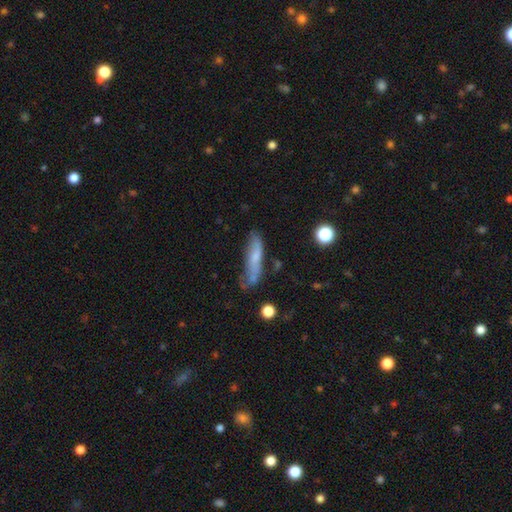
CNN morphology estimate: Q: Smooth or featured?
A: smooth (57%); runner-up: featured or disk (34%)
Q: How rounded?
A: cigar-shaped (79%); runner-up: in between (18%)
Q: Merging?
A: none (55%); runner-up: minor disturbance (28%)